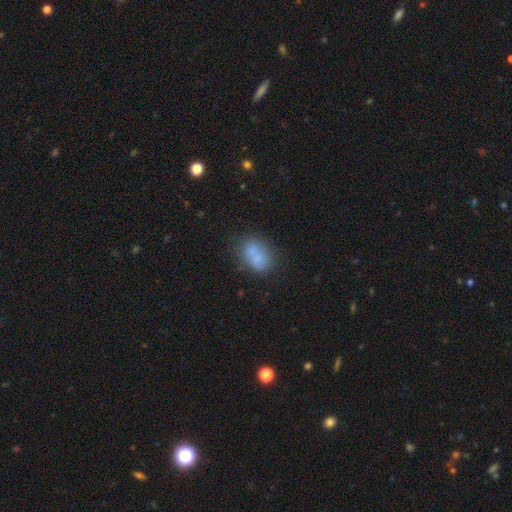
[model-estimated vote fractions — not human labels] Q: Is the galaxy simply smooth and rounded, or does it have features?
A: smooth — 73%.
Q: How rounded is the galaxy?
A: in between — 70%.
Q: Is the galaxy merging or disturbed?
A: none — 47%.